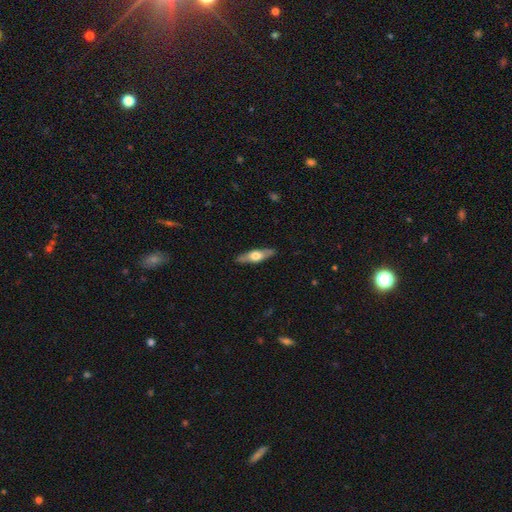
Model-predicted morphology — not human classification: A smooth galaxy with no disk features (49%).

Vote fractions:
- Smooth or featured? smooth: 49% / featured or disk: 46% / star or artifact: 5%
- Merging? none: 88% / minor disturbance: 9% / major disturbance: 2% / merger: 1%